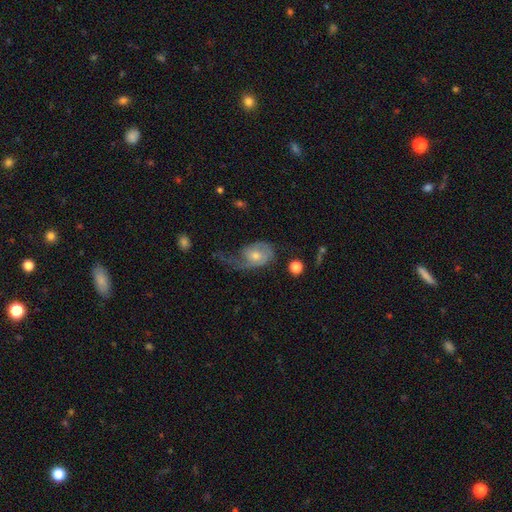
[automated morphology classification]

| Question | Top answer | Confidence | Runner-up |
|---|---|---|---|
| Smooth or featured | featured or disk | 66% | smooth (27%) |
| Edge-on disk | no | 96% | yes (4%) |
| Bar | no | 73% | weak (23%) |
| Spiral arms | yes | 84% | no (16%) |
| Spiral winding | loose | 43% | medium (33%) |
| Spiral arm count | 1 | 48% | 2 (35%) |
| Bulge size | moderate | 57% | small (34%) |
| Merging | major disturbance | 43% | none (30%) |